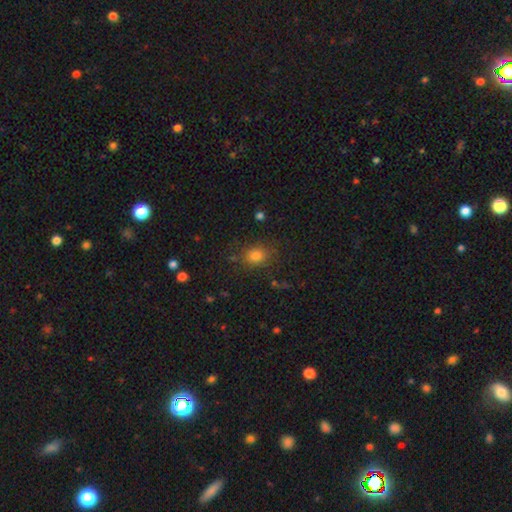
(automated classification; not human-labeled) Smooth or featured: smooth — 78% (star or artifact — 15%)
How rounded: round — 56% (in between — 43%)
Merging: none — 81% (minor disturbance — 13%)